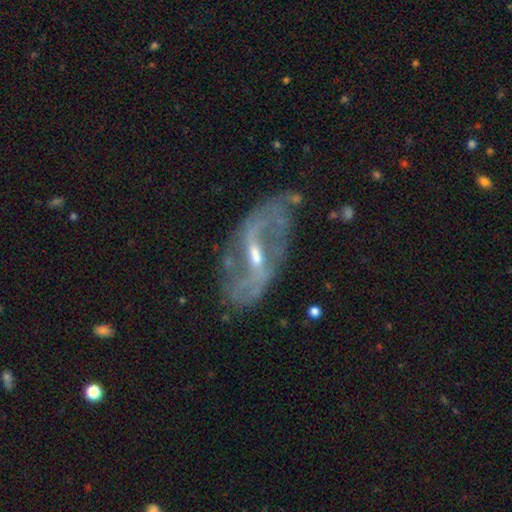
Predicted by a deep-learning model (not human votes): featured or disk 87%, smooth 7%, star or artifact 6%. Down the decision tree: edge-on disk — no (94%); bar — weak (47%); spiral arms — yes (89%); spiral arm count — 2 (85%); spiral winding — loose (61%); bulge size — moderate (49%); merging — none (60%).